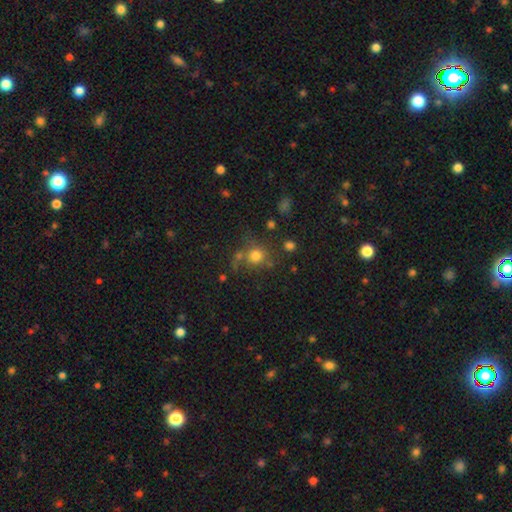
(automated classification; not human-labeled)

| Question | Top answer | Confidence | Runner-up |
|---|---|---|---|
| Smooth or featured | smooth | 75% | star or artifact (14%) |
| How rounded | round | 87% | in between (12%) |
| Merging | none | 62% | minor disturbance (15%) |